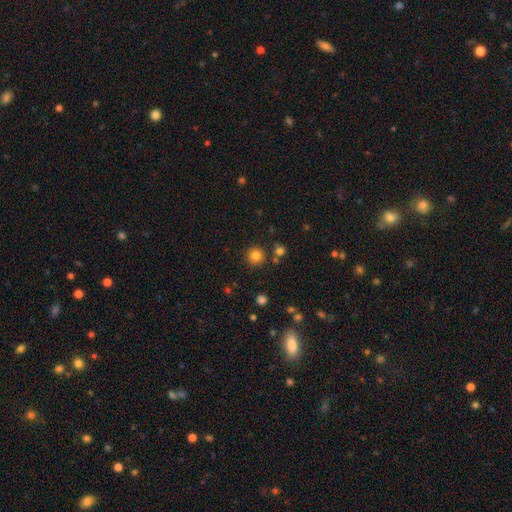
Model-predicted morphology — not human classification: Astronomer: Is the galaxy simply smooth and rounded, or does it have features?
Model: smooth — 82%.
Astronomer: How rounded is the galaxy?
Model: round — 95%.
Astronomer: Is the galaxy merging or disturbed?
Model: none — 86%.